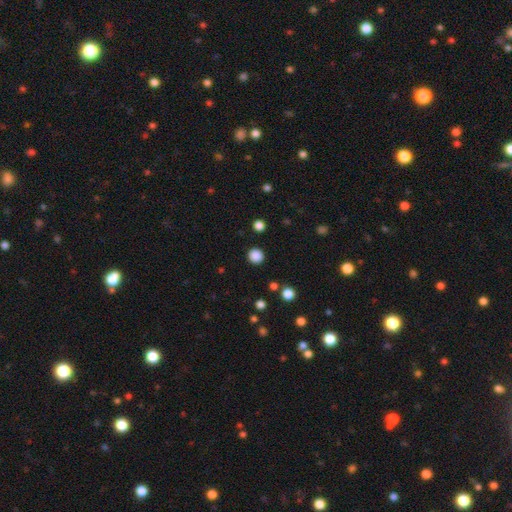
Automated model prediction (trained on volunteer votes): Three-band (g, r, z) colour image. It shows a smooth galaxy with no disk features (86%) that is round (94%). Merging: none (91%).